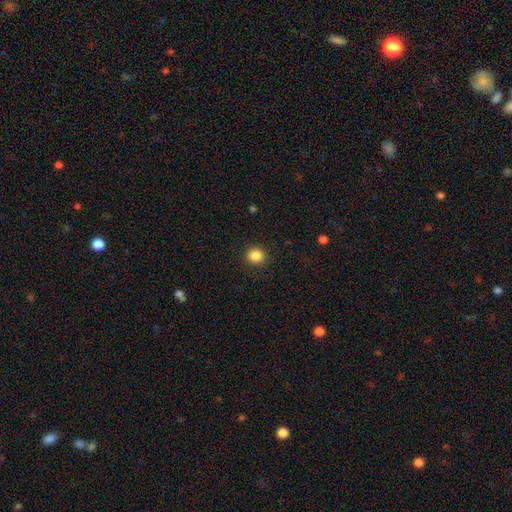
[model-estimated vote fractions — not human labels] Smooth or featured? Predicted: smooth (p=0.86). How rounded? Predicted: round (p=0.90). Merging? Predicted: none (p=0.91).